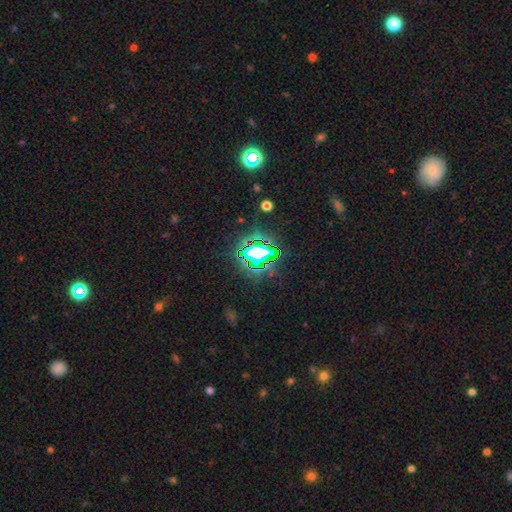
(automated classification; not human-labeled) Smooth or featured? Predicted: star or artifact (p=0.70).